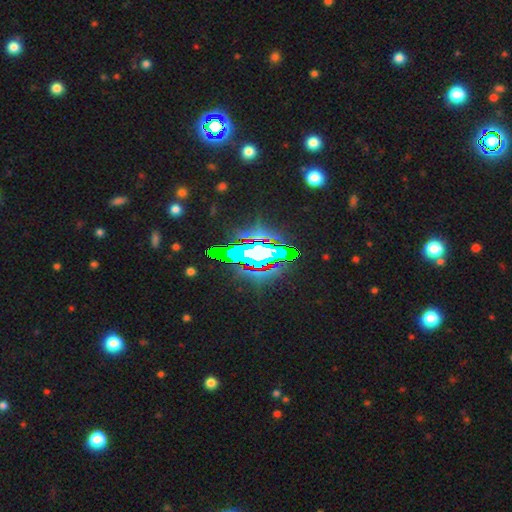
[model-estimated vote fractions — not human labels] Smooth or featured?
  - star or artifact: 63% *
  - smooth: 19%
  - featured or disk: 18%